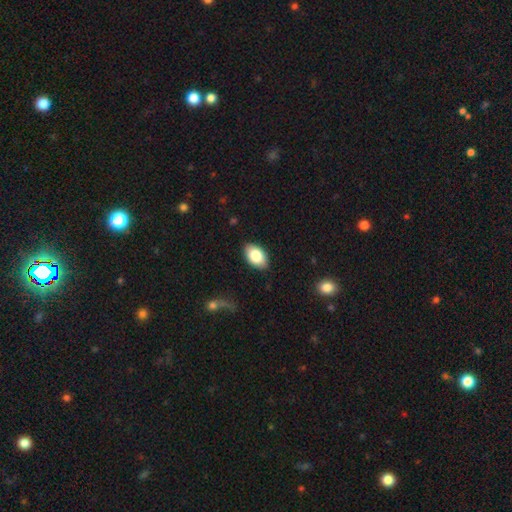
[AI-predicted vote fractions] smooth-or-featured: smooth: 84% | featured or disk: 9% | star or artifact: 7%
  how-rounded: in between: 92% | round: 6% | cigar-shaped: 1%
  merging: none: 86% | minor disturbance: 10% | major disturbance: 2% | merger: 1%